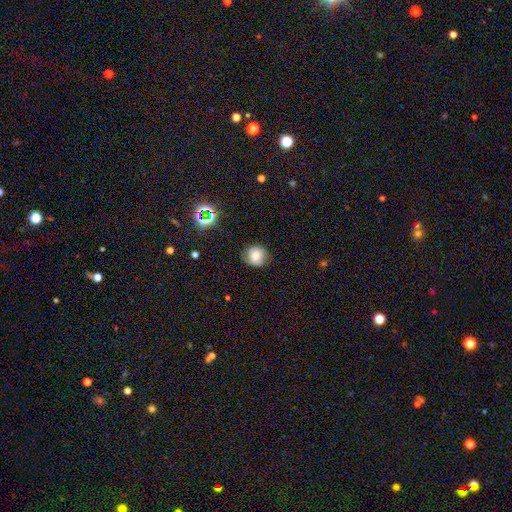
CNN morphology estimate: smooth-or-featured: smooth: 76% | star or artifact: 14% | featured or disk: 11%
  how-rounded: round: 89% | in between: 10% | cigar-shaped: 1%
  merging: none: 83% | minor disturbance: 13% | major disturbance: 3% | merger: 1%